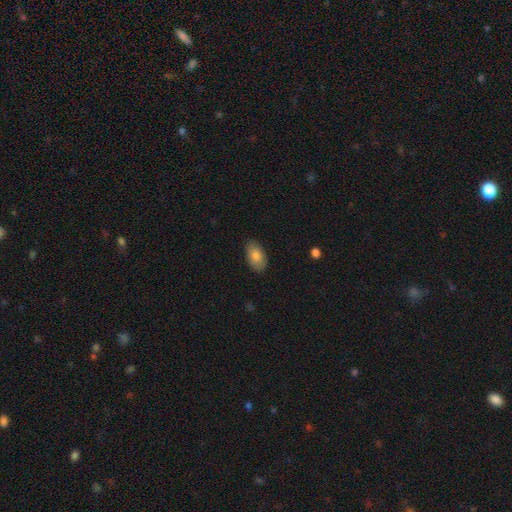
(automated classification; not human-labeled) Smooth or featured: smooth — 83% (featured or disk — 11%)
How rounded: in between — 93% (round — 5%)
Merging: none — 85% (minor disturbance — 12%)